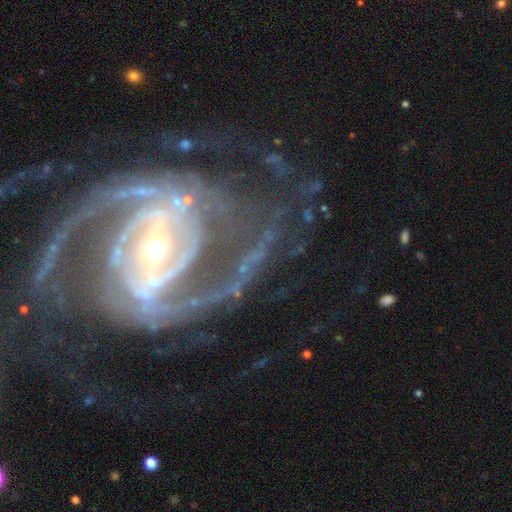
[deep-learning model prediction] Q: Smooth or featured?
A: featured or disk (89%); runner-up: star or artifact (7%)
Q: Edge-on disk?
A: no (96%); runner-up: yes (4%)
Q: Bar?
A: strong (44%); runner-up: weak (32%)
Q: Spiral arms?
A: yes (95%); runner-up: no (5%)
Q: Spiral winding?
A: medium (41%); runner-up: tight (39%)
Q: Spiral arm count?
A: 2 (45%); runner-up: can't tell (17%)
Q: Bulge size?
A: small (50%); runner-up: moderate (44%)
Q: Merging?
A: none (53%); runner-up: major disturbance (27%)